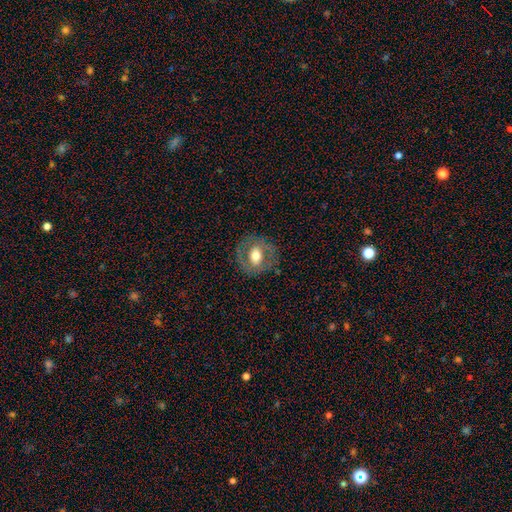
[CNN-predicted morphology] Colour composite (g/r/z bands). It shows a smooth galaxy with no disk features (49%). Merging: none (80%).